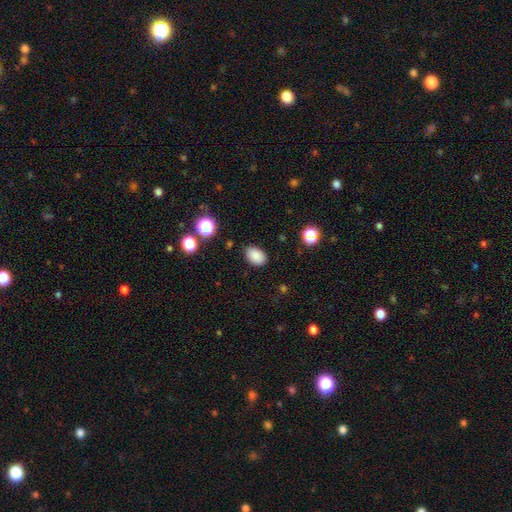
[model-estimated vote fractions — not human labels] A smooth galaxy with no disk features (85%) that is in between round and cigar-shaped (86%).

Vote fractions:
- Smooth or featured? smooth: 85% / star or artifact: 10% / featured or disk: 5%
- How rounded? in between: 86% / round: 13% / cigar-shaped: 1%
- Merging? none: 83% / minor disturbance: 12% / major disturbance: 3% / merger: 2%